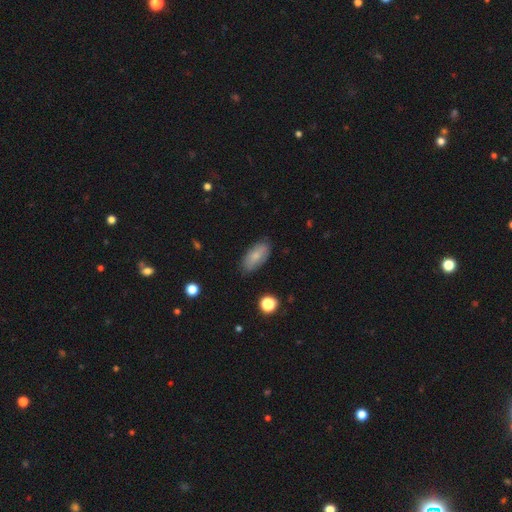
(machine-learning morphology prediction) This is likely a smooth galaxy (75%). How rounded: clearly in between (89%). Merging: clearly none (82%).